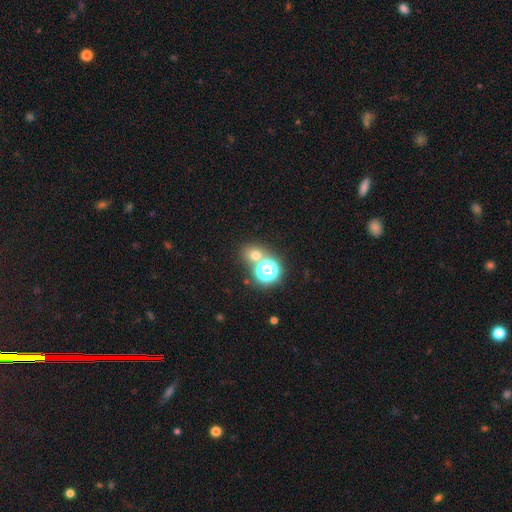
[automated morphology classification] This is likely a smooth galaxy (62%). How rounded: likely round (77%). Merging: likely none (63%).